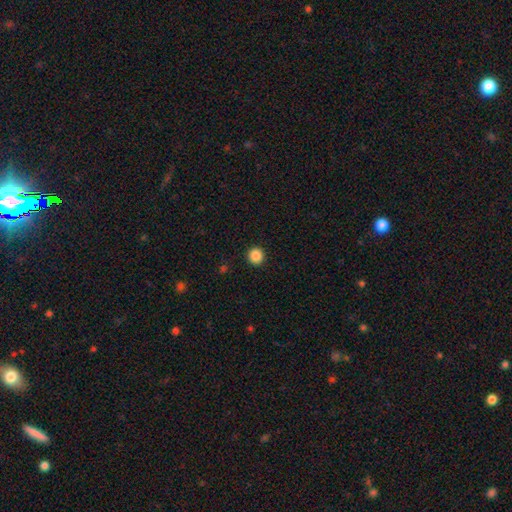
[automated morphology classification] Smooth or featured: smooth — 87% (star or artifact — 10%)
How rounded: round — 94% (in between — 5%)
Merging: none — 93% (minor disturbance — 4%)